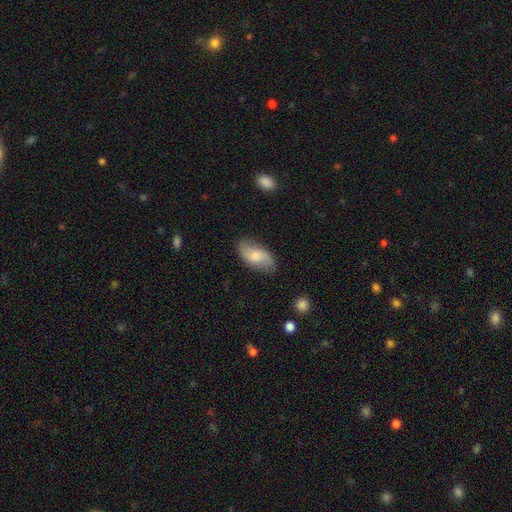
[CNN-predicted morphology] Smooth or featured: smooth — 50% (featured or disk — 44%)
Merging: none — 76% (minor disturbance — 18%)